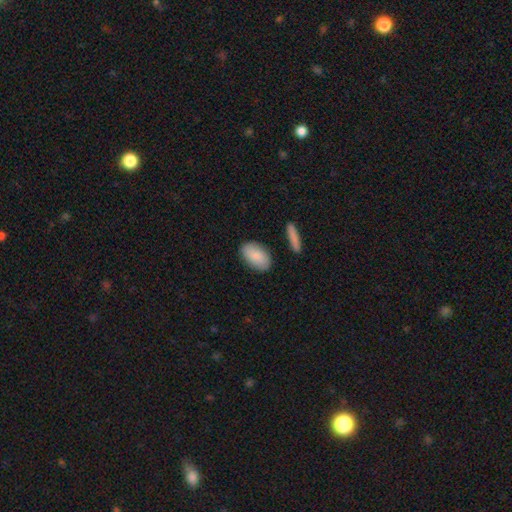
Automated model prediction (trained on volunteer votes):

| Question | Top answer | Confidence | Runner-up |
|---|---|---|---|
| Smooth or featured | smooth | 86% | featured or disk (8%) |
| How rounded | in between | 93% | round (5%) |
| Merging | none | 85% | minor disturbance (10%) |